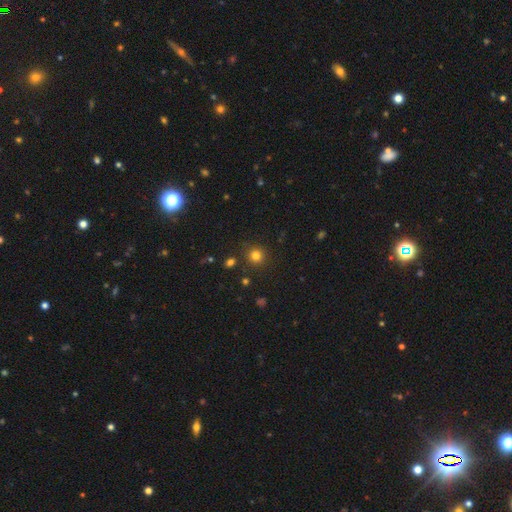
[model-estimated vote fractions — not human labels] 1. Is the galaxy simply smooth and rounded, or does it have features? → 79% smooth, 16% star or artifact, 6% featured or disk.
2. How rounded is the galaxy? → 93% round, 6% in between, 1% cigar-shaped.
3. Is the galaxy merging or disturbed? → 88% none, 7% minor disturbance, 3% merger, 2% major disturbance.